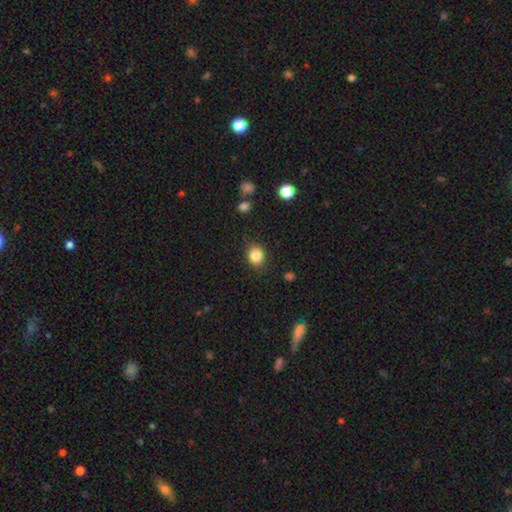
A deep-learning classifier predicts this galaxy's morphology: Smooth or featured? smooth (85%)
How rounded? round (69%)
Merging? none (84%)